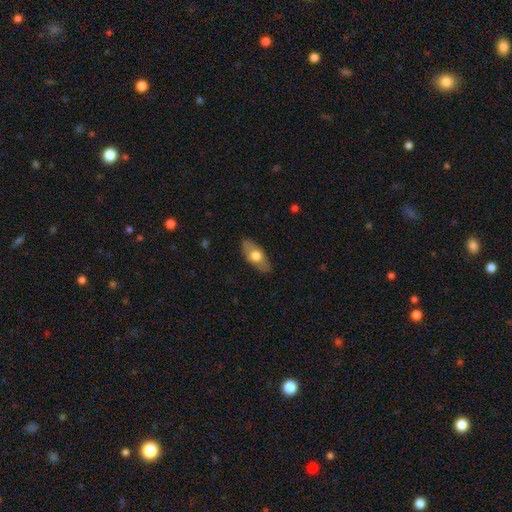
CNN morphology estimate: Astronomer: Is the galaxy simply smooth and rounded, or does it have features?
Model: smooth — 63%.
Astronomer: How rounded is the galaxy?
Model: in between — 86%.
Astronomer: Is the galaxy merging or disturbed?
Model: none — 84%.